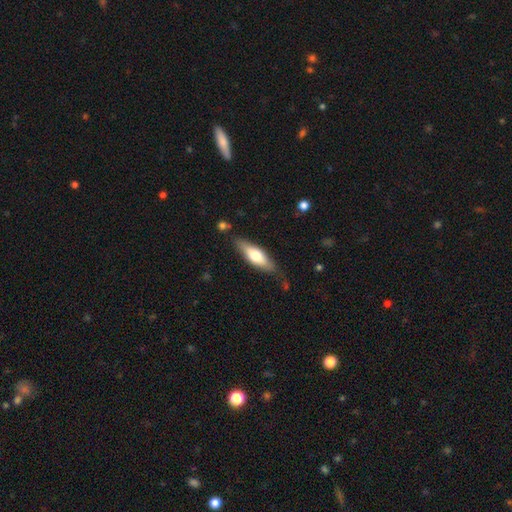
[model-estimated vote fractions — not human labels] The model was most divided on "how rounded": in between: 51%, cigar-shaped: 47%, round: 2%. More confident: merging — none (78%); smooth or featured — smooth (60%).